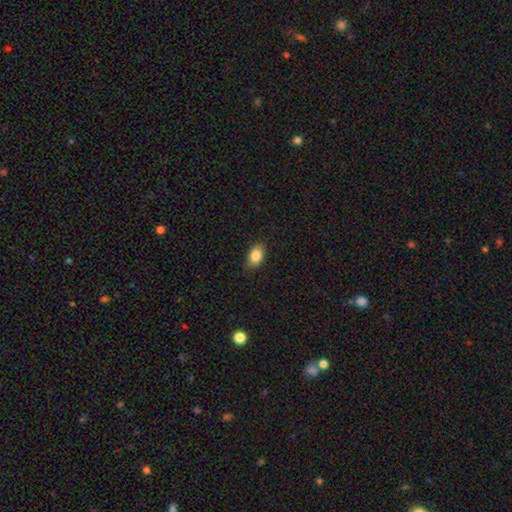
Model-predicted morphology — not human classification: smooth-or-featured: smooth: 84% | star or artifact: 8% | featured or disk: 8%
  how-rounded: in between: 87% | round: 11% | cigar-shaped: 2%
  merging: none: 86% | minor disturbance: 11% | major disturbance: 2% | merger: 1%